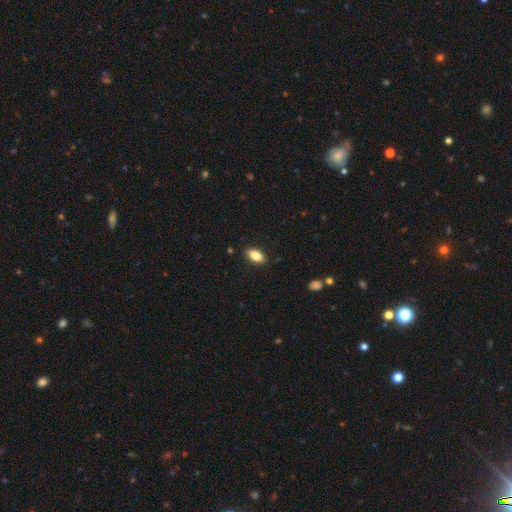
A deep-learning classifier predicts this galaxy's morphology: This appears to be a smooth galaxy with no disk features (83%) that is in between round and cigar-shaped (91%). Merging: none (88%).